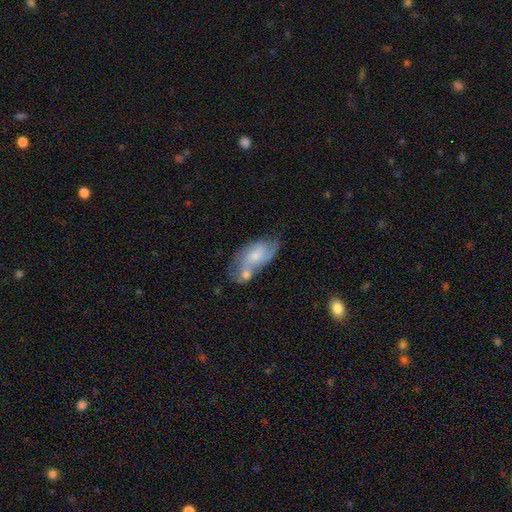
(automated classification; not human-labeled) This is possibly a smooth galaxy (48%). Merging: marginally merger (44%).